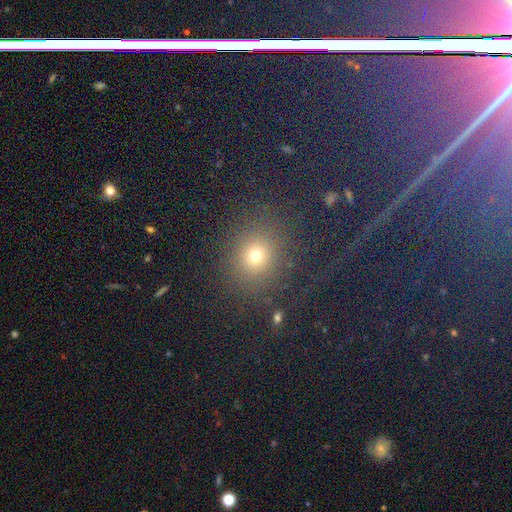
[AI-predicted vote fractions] smooth_or_featured: smooth (p=0.70) [alt: star or artifact p=0.21]
how_rounded: round (p=0.77) [alt: in between p=0.22]
merging: none (p=0.81) [alt: minor disturbance p=0.09]